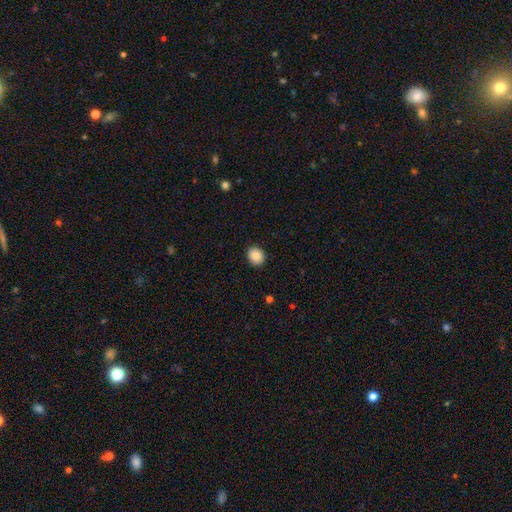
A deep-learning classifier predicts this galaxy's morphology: This appears to be a smooth galaxy with no disk features (89%) that is round (66%). Merging: none (91%).